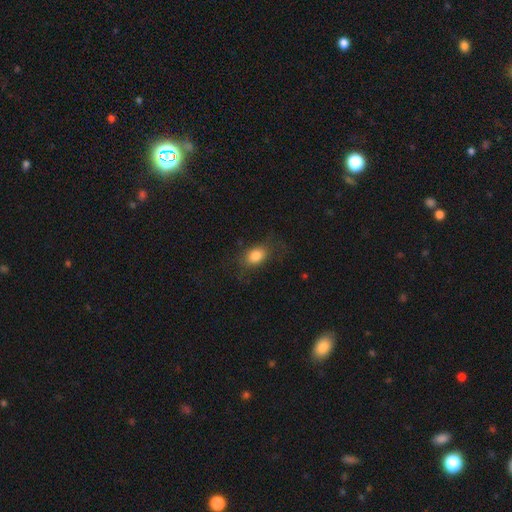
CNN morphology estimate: smooth_or_featured: smooth (p=0.81) [alt: featured or disk p=0.10]
how_rounded: in between (p=0.77) [alt: round p=0.20]
merging: none (p=0.69) [alt: minor disturbance p=0.19]